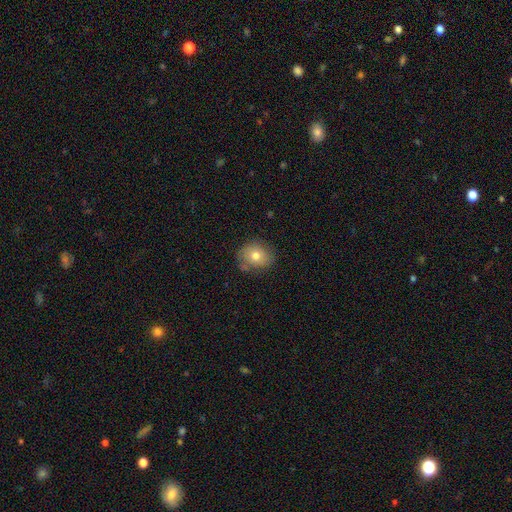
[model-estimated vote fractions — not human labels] Morphology: type=smooth (75%); roundness=round (61%); merging=none (73%).